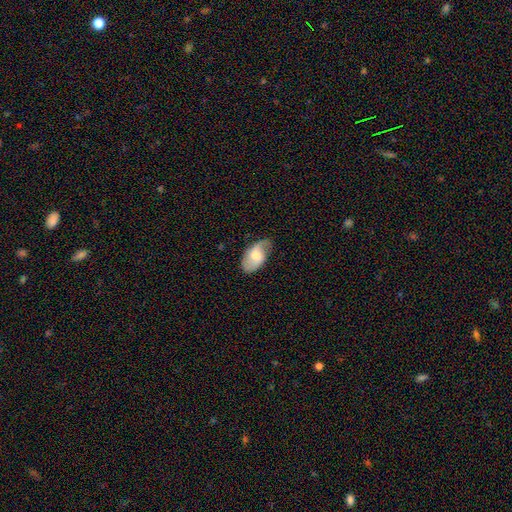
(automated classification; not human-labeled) featured or disk 51%, smooth 43%, star or artifact 6%. Down the decision tree: edge-on disk — no (94%); merging — none (64%).